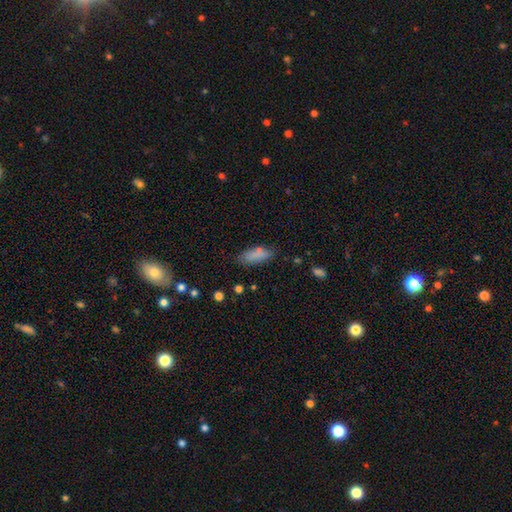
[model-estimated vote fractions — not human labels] smooth 83%, star or artifact 9%, featured or disk 8%. Down the decision tree: how rounded — in between (70%); merging — none (74%).